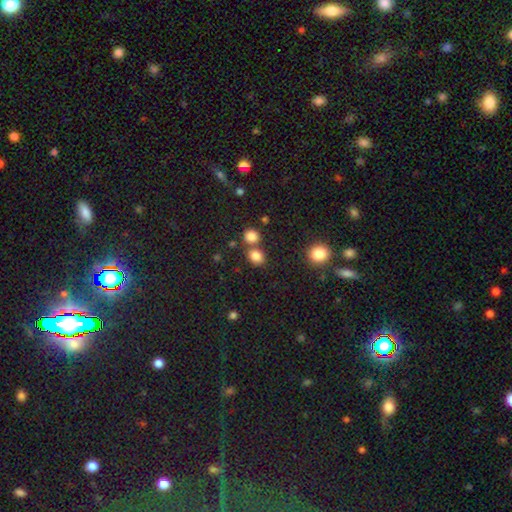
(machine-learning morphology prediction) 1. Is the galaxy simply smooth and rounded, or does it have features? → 83% smooth, 12% star or artifact, 5% featured or disk.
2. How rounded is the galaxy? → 57% round, 42% in between, 1% cigar-shaped.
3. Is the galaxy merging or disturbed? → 61% none, 27% merger, 9% minor disturbance, 3% major disturbance.